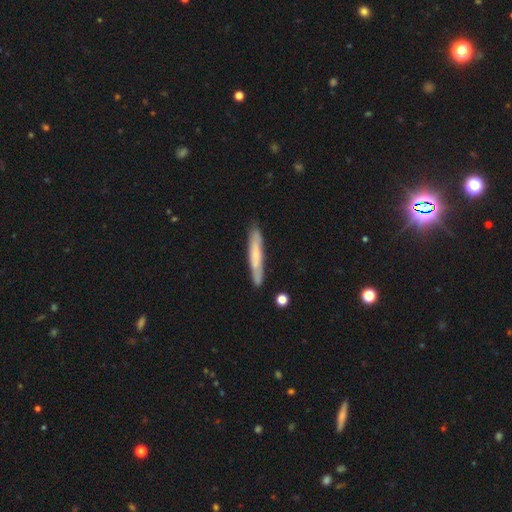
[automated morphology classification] This is possibly a smooth galaxy (52%). How rounded: clearly cigar-shaped (94%). Merging: clearly none (84%).